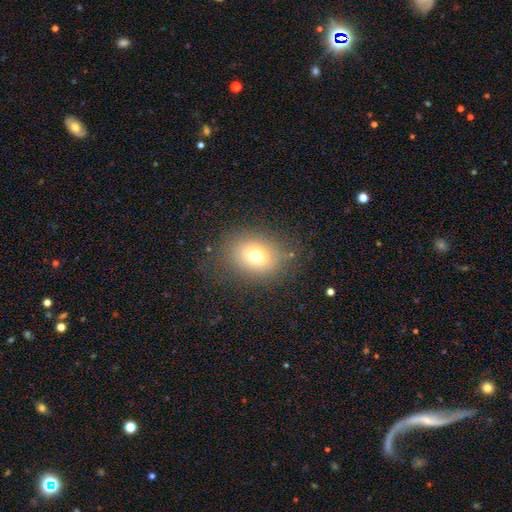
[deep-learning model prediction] smooth 71%, featured or disk 16%, star or artifact 14%. Down the decision tree: how rounded — in between (52%); merging — none (77%).